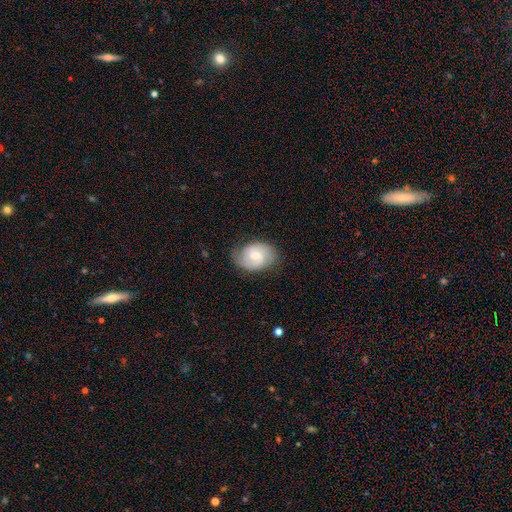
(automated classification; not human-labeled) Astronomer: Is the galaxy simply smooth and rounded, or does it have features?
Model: featured or disk — 70%.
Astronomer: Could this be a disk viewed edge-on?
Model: no — 97%.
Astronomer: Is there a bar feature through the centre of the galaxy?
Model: weak — 54% (runner-up: no, 37%).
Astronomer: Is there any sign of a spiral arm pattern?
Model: yes — 93%.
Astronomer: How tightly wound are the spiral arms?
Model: medium — 45% (runner-up: tight, 42%).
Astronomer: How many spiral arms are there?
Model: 2 — 79%.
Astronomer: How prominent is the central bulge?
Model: moderate — 55% (runner-up: small, 37%).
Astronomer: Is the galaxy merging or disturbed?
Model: none — 75%.